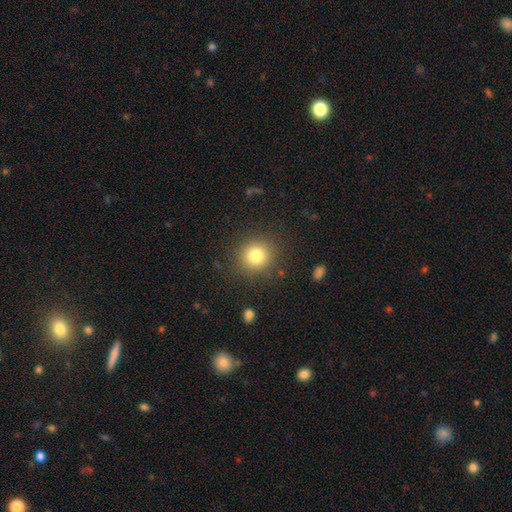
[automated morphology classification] Q: Smooth or featured?
A: smooth (80%); runner-up: star or artifact (12%)
Q: How rounded?
A: round (90%); runner-up: in between (9%)
Q: Merging?
A: none (88%); runner-up: minor disturbance (7%)